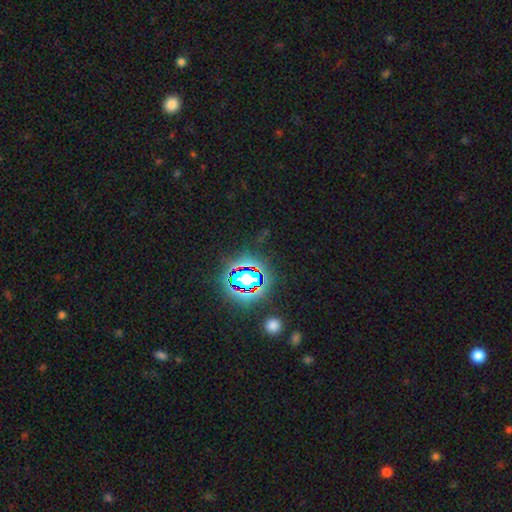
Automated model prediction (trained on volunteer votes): This is likely a star or artifact rather than a galaxy (79%).